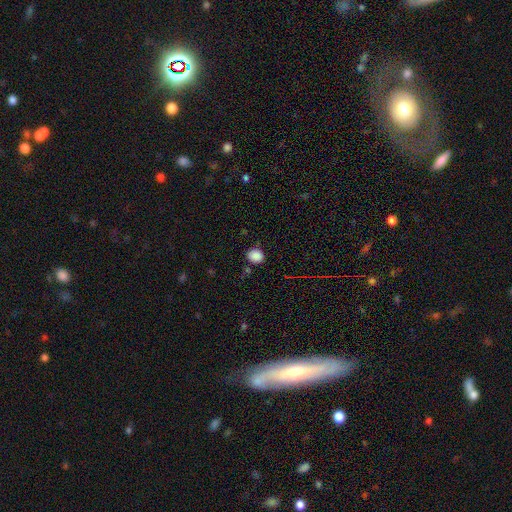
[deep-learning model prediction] Smooth or featured?
  - smooth: 86% *
  - star or artifact: 10%
  - featured or disk: 3%
How rounded?
  - round: 61% *
  - in between: 38%
  - cigar-shaped: 1%
Merging?
  - none: 80% *
  - minor disturbance: 13%
  - merger: 4%
  - major disturbance: 3%